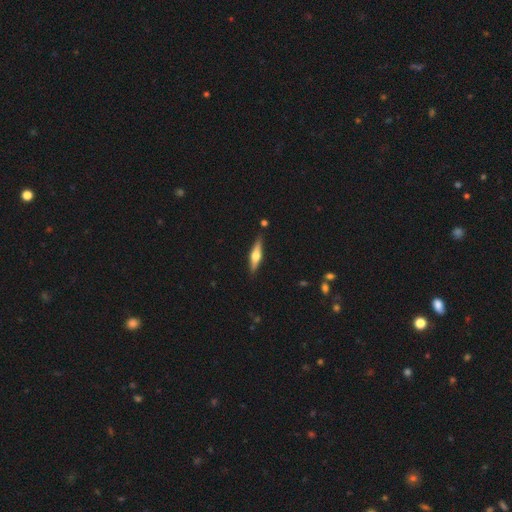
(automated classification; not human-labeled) Smooth or featured? featured or disk (61%)
Edge-on disk? yes (96%)
Edge-on bulge? rounded (93%)
Merging? none (87%)